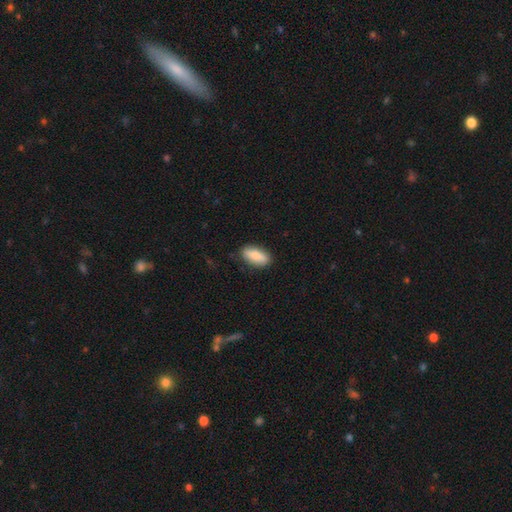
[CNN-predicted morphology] This appears to be a smooth galaxy with no disk features (83%) that is in between round and cigar-shaped (86%). Merging: none (85%).